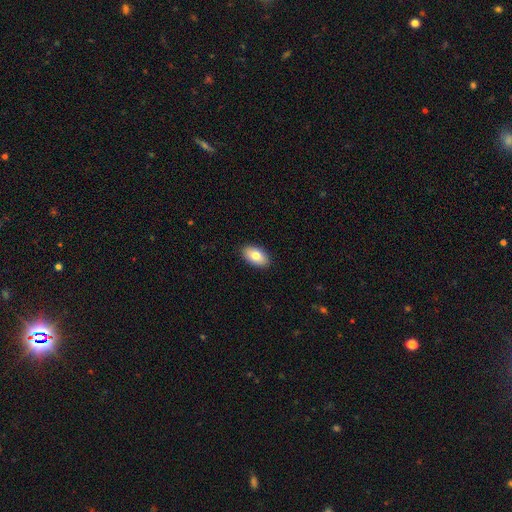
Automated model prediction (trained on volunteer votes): Morphology: type=smooth (80%); roundness=in between (93%); merging=none (90%).